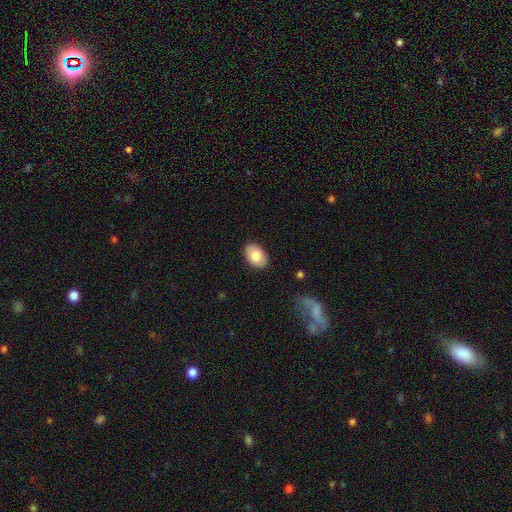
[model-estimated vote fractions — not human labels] This appears to be a smooth galaxy with no disk features (80%) that is in between round and cigar-shaped (86%). Merging: none (87%).